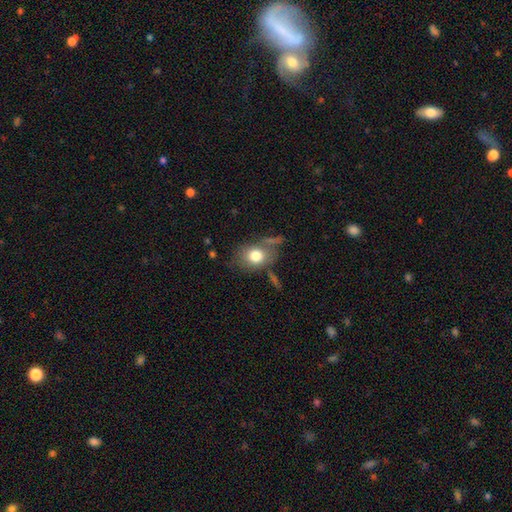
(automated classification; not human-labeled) This appears to be a smooth galaxy with no disk features (77%) that is in between round and cigar-shaped (55%). Merging: none (56%).